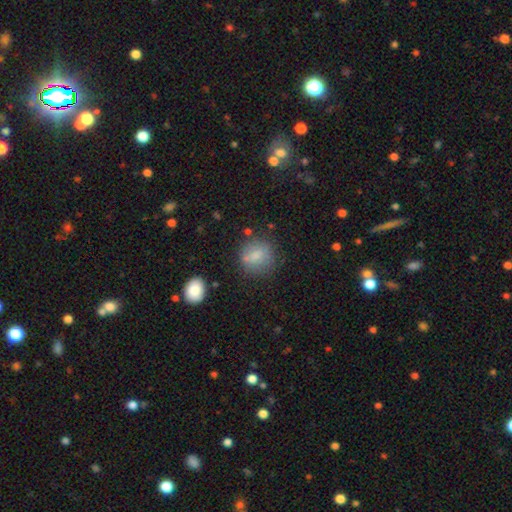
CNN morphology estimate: A smooth galaxy with no disk features (76%) that is round (76%).

Vote fractions:
- Smooth or featured? smooth: 76% / featured or disk: 14% / star or artifact: 10%
- How rounded? round: 76% / in between: 22% / cigar-shaped: 2%
- Merging? none: 68% / minor disturbance: 19% / major disturbance: 8% / merger: 5%